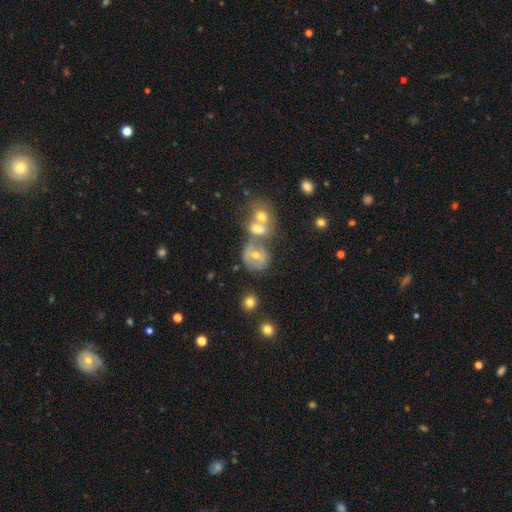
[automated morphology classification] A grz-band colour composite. It shows a featured or disk galaxy (48%). Merging: merger (39%).